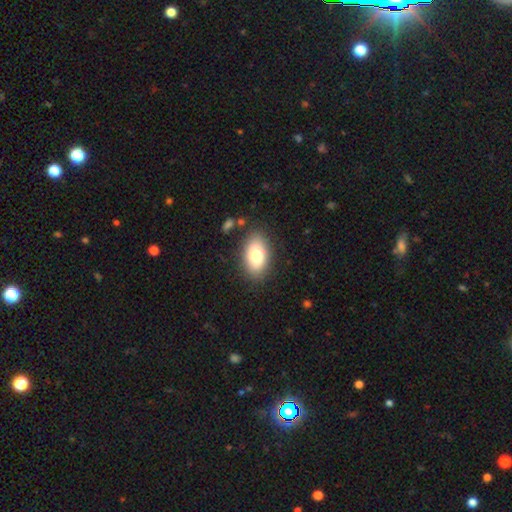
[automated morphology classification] smooth-or-featured: smooth: 78% | featured or disk: 15% | star or artifact: 8%
  how-rounded: in between: 91% | round: 7% | cigar-shaped: 2%
  merging: none: 83% | minor disturbance: 11% | major disturbance: 3% | merger: 2%